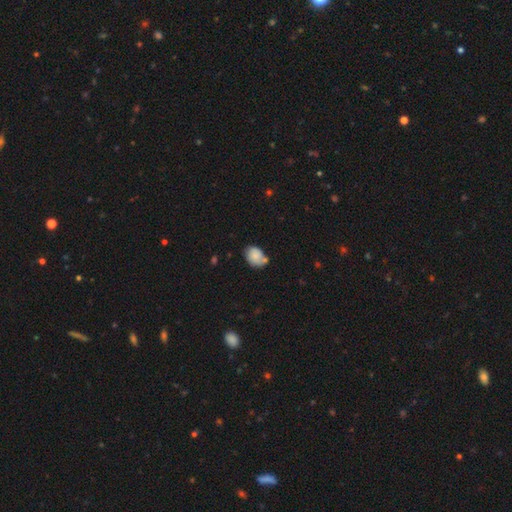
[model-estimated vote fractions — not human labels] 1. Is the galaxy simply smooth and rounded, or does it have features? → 80% smooth, 12% featured or disk, 8% star or artifact.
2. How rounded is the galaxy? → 67% in between, 32% round, 1% cigar-shaped.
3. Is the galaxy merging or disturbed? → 50% none, 26% minor disturbance, 17% merger, 7% major disturbance.